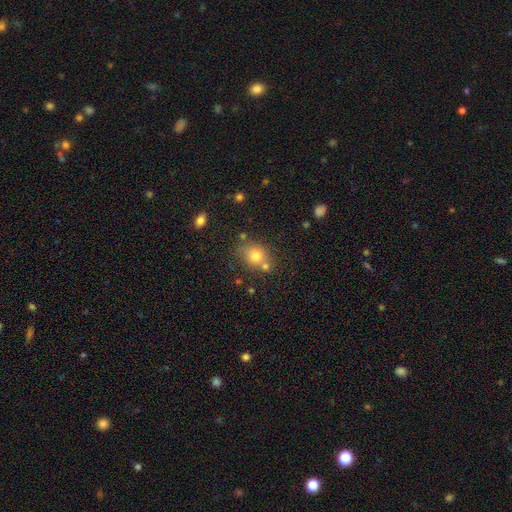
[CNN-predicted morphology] The model was most divided on "how rounded": round: 59%, in between: 40%, cigar-shaped: 1%. More confident: smooth or featured — smooth (75%); merging — none (63%).